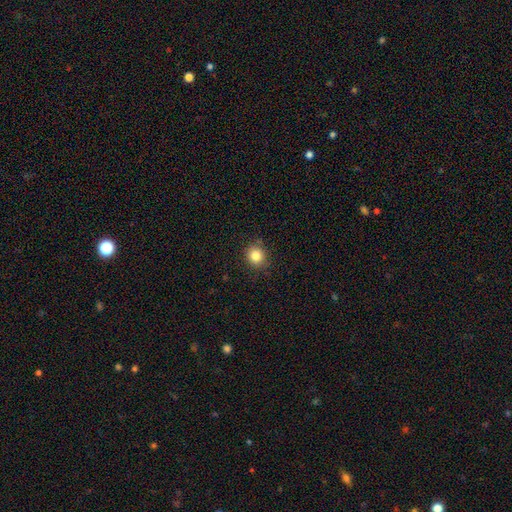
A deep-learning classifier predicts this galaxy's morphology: A smooth galaxy with no disk features (84%) that is round (88%).

Vote fractions:
- Smooth or featured? smooth: 84% / star or artifact: 11% / featured or disk: 5%
- How rounded? round: 88% / in between: 12% / cigar-shaped: 1%
- Merging? none: 87% / minor disturbance: 10% / major disturbance: 2% / merger: 1%